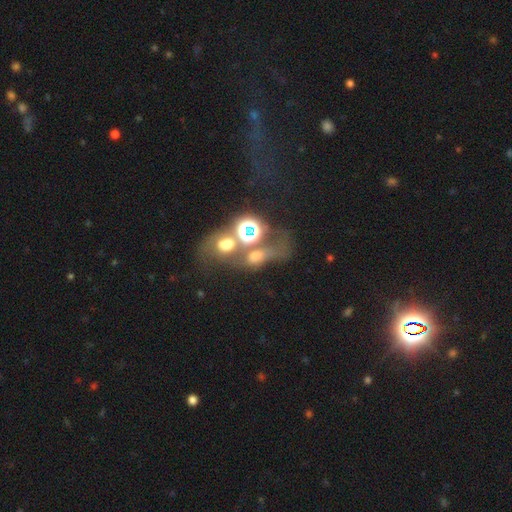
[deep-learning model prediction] smooth-or-featured: smooth: 46% | star or artifact: 32% | featured or disk: 22%
  merging: merger: 43% | none: 26% | major disturbance: 20% | minor disturbance: 11%